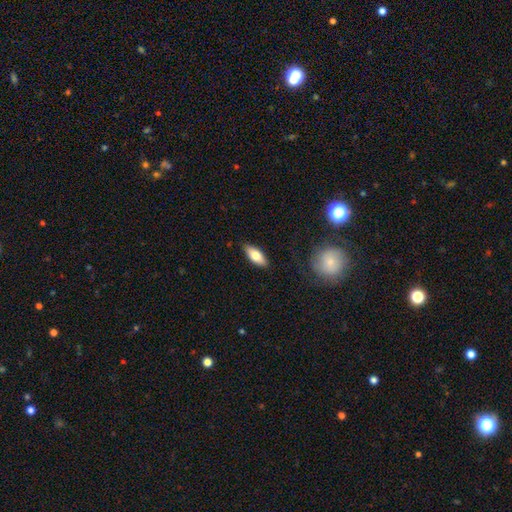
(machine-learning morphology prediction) Overall: smooth (74%). How rounded: in between (79%). Merging: none (86%).